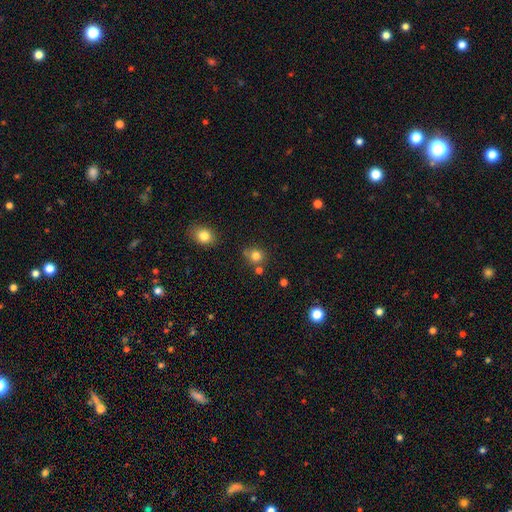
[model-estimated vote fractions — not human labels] Smooth or featured? Predicted: smooth (p=0.80). How rounded? Predicted: round (p=0.81). Merging? Predicted: none (p=0.66).